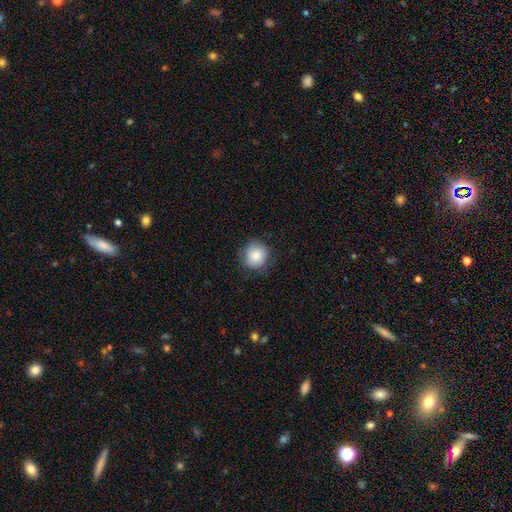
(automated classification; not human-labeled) A smooth galaxy with no disk features (85%) that is round (89%).

Vote fractions:
- Smooth or featured? smooth: 85% / star or artifact: 8% / featured or disk: 7%
- How rounded? round: 89% / in between: 10% / cigar-shaped: 1%
- Merging? none: 79% / minor disturbance: 16% / major disturbance: 4% / merger: 1%